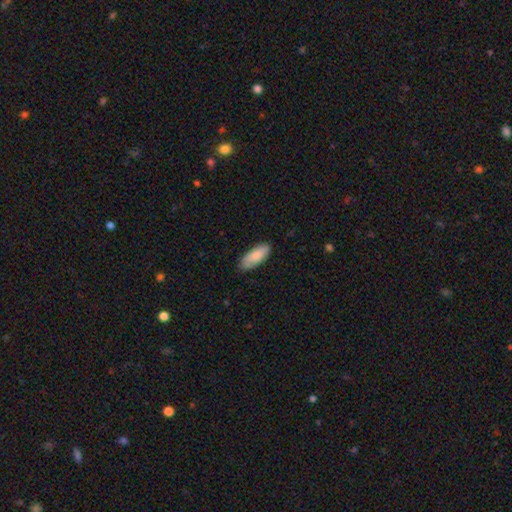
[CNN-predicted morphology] The model was most divided on "how rounded": in between: 82%, cigar-shaped: 16%, round: 2%. More confident: smooth or featured — smooth (84%); merging — none (84%).